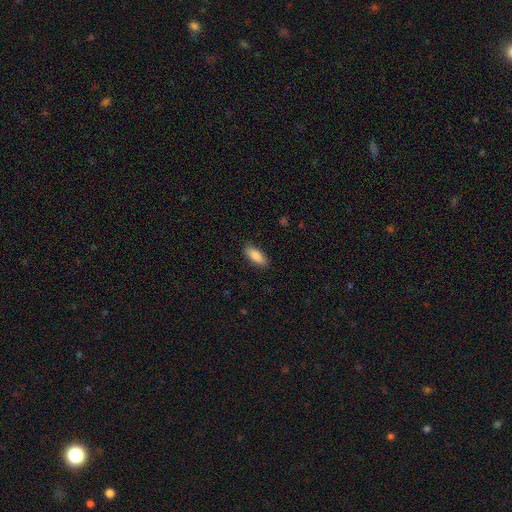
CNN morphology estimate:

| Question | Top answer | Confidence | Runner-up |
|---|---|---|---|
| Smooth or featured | smooth | 87% | featured or disk (7%) |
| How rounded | in between | 78% | cigar-shaped (20%) |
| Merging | none | 87% | minor disturbance (10%) |